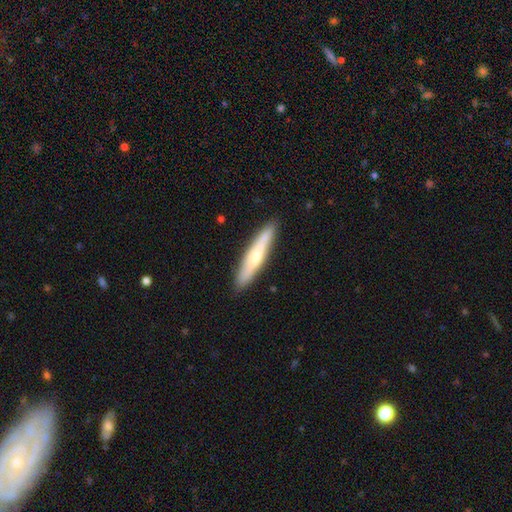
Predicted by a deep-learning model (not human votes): Smooth or featured? Predicted: smooth (p=0.58). How rounded? Predicted: cigar-shaped (p=0.90). Merging? Predicted: none (p=0.89).